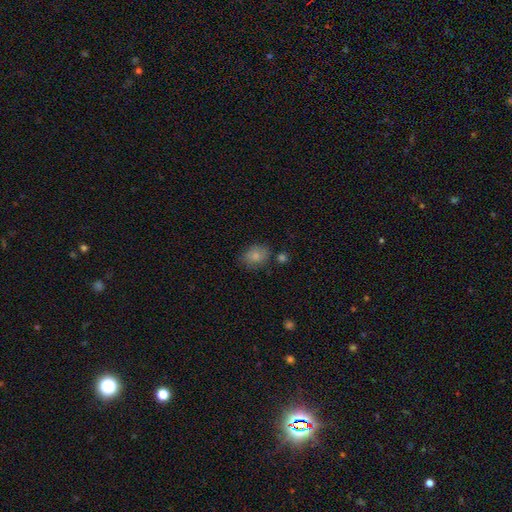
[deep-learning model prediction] A smooth galaxy with no disk features (81%) that is in between round and cigar-shaped (57%).

Vote fractions:
- Smooth or featured? smooth: 81% / featured or disk: 10% / star or artifact: 9%
- How rounded? in between: 57% / round: 42% / cigar-shaped: 1%
- Merging? none: 71% / minor disturbance: 18% / merger: 6% / major disturbance: 5%